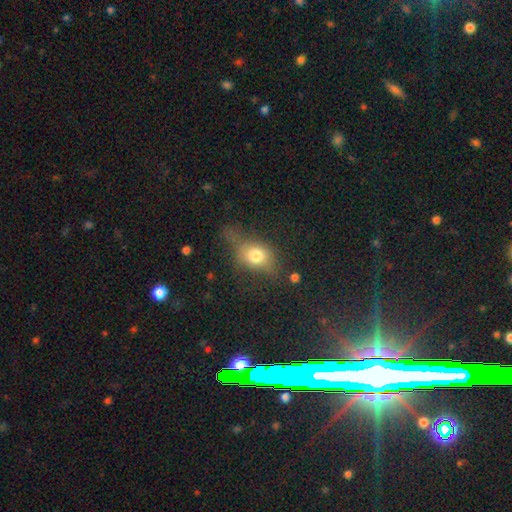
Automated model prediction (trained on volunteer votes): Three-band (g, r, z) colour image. It shows a smooth galaxy with no disk features (70%) that is in between round and cigar-shaped (60%). Merging: none (41%).